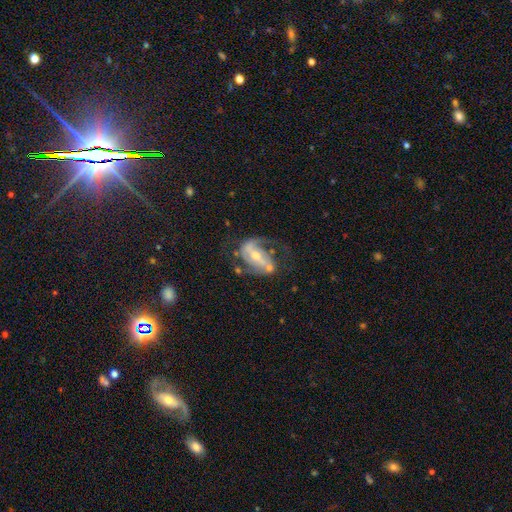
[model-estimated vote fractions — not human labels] Overall: featured or disk (82%). Edge-on disk: no (96%). Bar: strong (43%; weak 36%). Spiral arms: yes (89%). Spiral arm count: 2 (71%). Spiral winding: medium (44%; loose 36%). Bulge size: moderate (55%; small 39%). Merging: none (45%; major disturbance 25%).